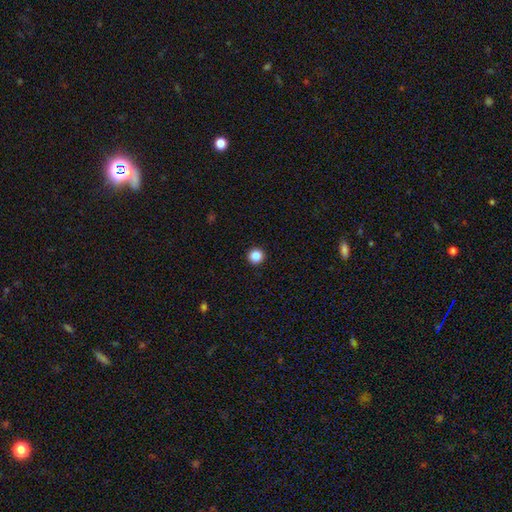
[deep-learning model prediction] The model was most divided on "smooth or featured": smooth: 86%, star or artifact: 11%, featured or disk: 3%. More confident: how rounded — round (96%); merging — none (94%).